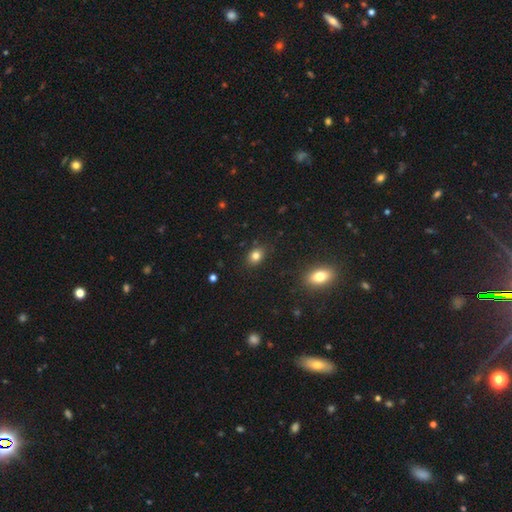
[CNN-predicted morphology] smooth-or-featured: smooth: 81% | star or artifact: 12% | featured or disk: 7%
  how-rounded: in between: 63% | round: 35% | cigar-shaped: 1%
  merging: none: 86% | minor disturbance: 10% | major disturbance: 3% | merger: 1%